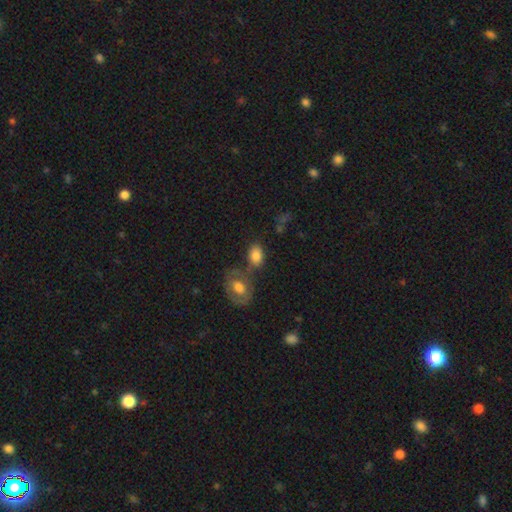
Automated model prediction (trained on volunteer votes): A smooth galaxy with no disk features (80%) that is in between round and cigar-shaped (81%). Merging: none (52%).